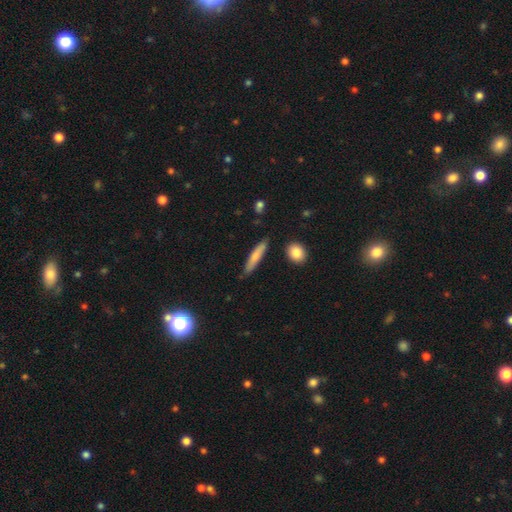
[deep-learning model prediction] Overall: smooth (71%). How rounded: cigar-shaped (87%). Merging: none (83%).